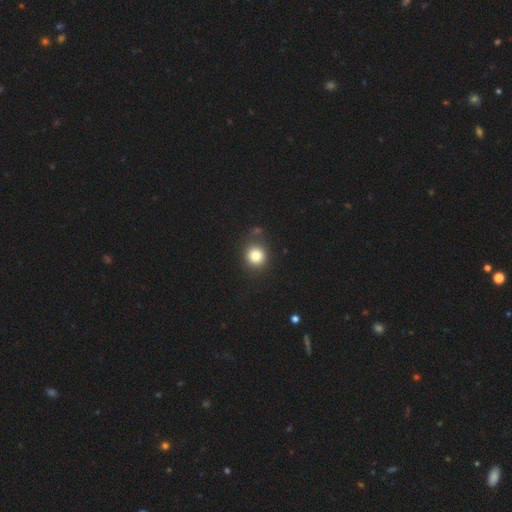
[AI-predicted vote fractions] smooth-or-featured: smooth: 83% | star or artifact: 11% | featured or disk: 6%
  how-rounded: round: 88% | in between: 11% | cigar-shaped: 1%
  merging: none: 80% | minor disturbance: 11% | merger: 5% | major disturbance: 4%